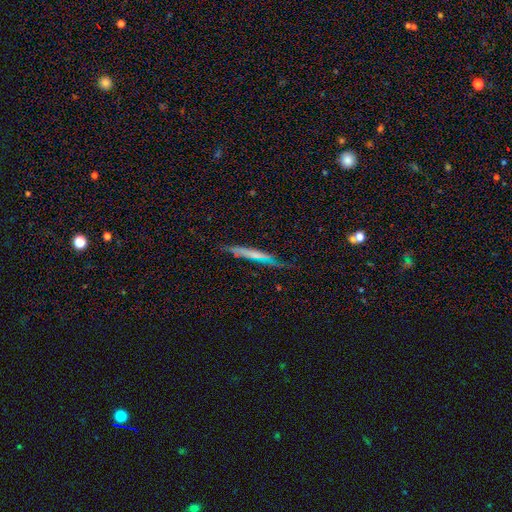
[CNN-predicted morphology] smooth-or-featured: featured or disk: 50% | smooth: 44% | star or artifact: 6%
  merging: none: 65% | minor disturbance: 25% | major disturbance: 8% | merger: 2%